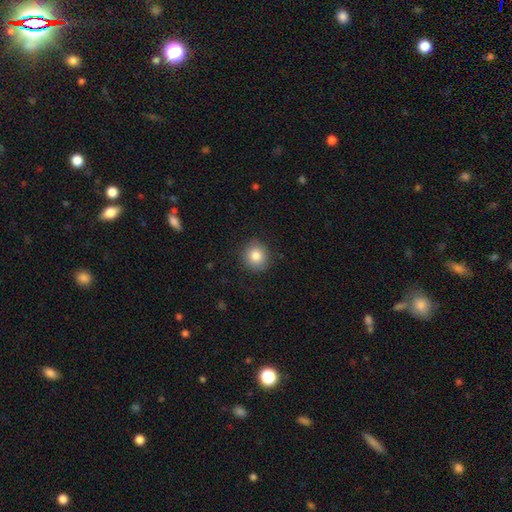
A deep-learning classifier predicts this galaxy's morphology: Smooth or featured: smooth — 84% (star or artifact — 9%)
How rounded: round — 86% (in between — 13%)
Merging: none — 88% (minor disturbance — 9%)